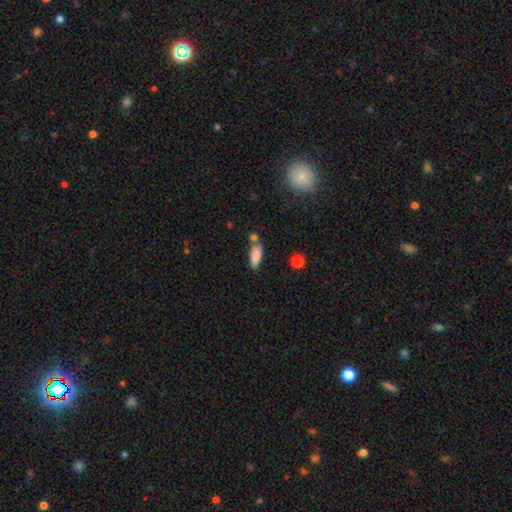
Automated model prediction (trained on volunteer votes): Smooth or featured: smooth — 85% (star or artifact — 8%)
How rounded: in between — 73% (cigar-shaped — 25%)
Merging: none — 57% (merger — 21%)